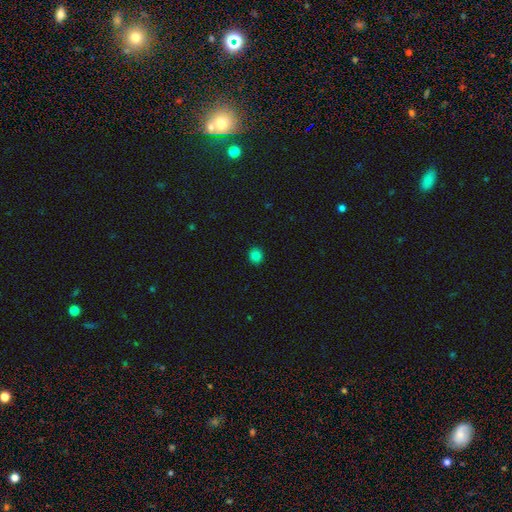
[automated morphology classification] smooth 83%, star or artifact 13%, featured or disk 4%. Down the decision tree: how rounded — round (77%); merging — none (91%).